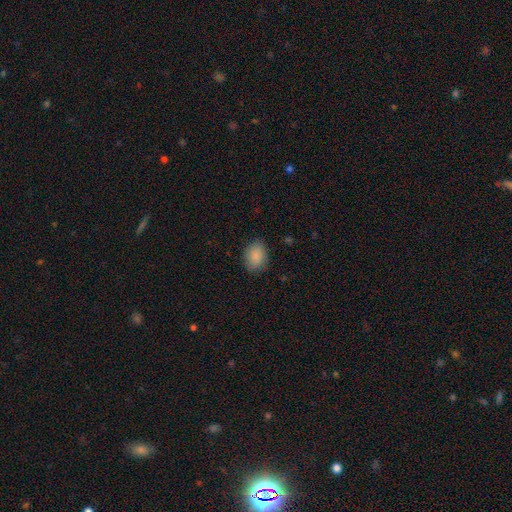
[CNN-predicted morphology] Smooth or featured: smooth — 88% (star or artifact — 8%)
How rounded: in between — 65% (round — 33%)
Merging: none — 82% (minor disturbance — 13%)